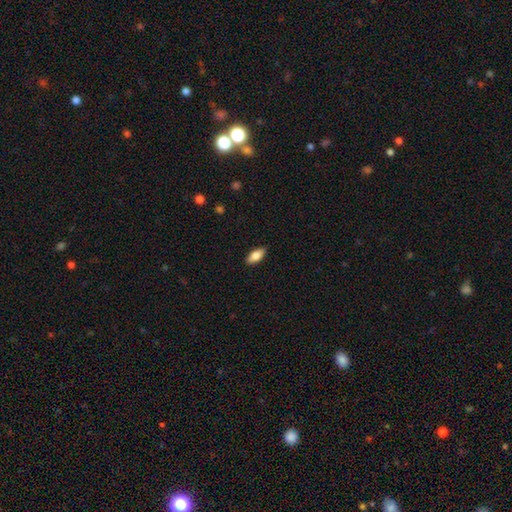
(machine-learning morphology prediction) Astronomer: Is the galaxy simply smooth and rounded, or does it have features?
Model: smooth — 79%.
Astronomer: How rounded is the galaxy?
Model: in between — 85%.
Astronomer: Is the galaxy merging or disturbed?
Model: none — 89%.